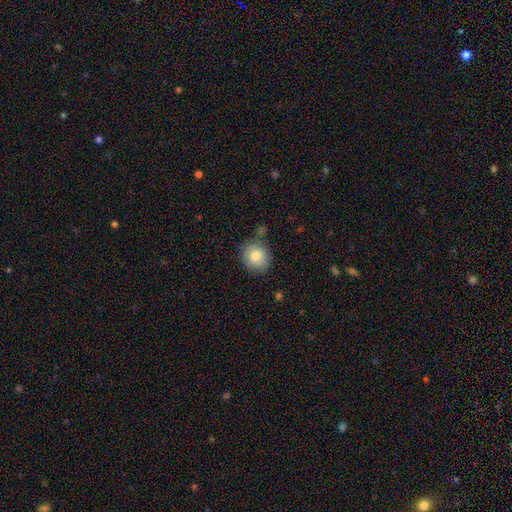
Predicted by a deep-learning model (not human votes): Q: Smooth or featured?
A: smooth (82%); runner-up: featured or disk (10%)
Q: How rounded?
A: round (82%); runner-up: in between (18%)
Q: Merging?
A: none (76%); runner-up: minor disturbance (15%)